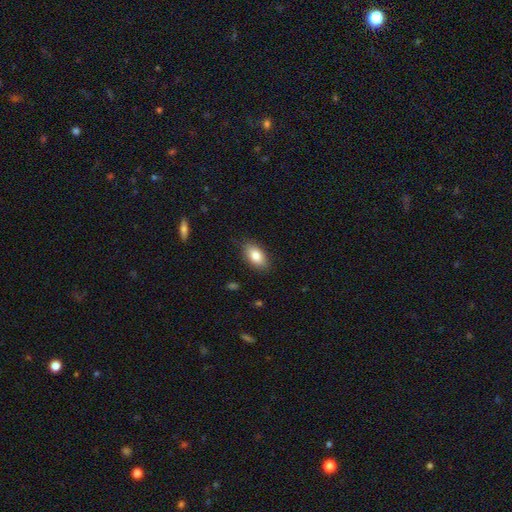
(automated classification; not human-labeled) Overall: smooth (83%). How rounded: in between (91%). Merging: none (86%).